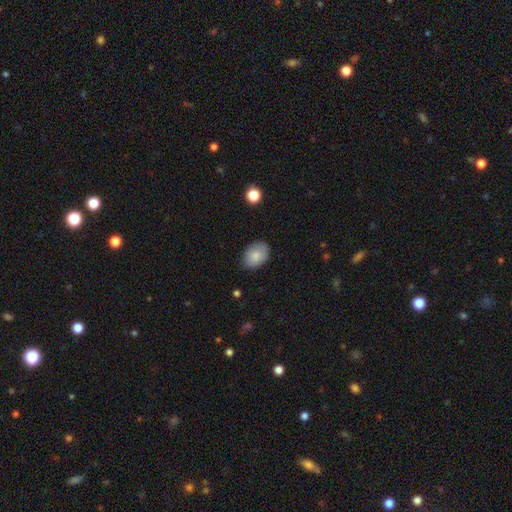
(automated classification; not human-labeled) Smooth or featured? Predicted: smooth (p=0.84). How rounded? Predicted: in between (p=0.77). Merging? Predicted: none (p=0.84).